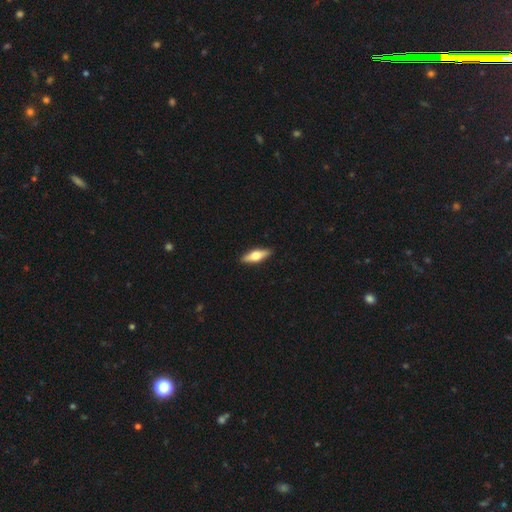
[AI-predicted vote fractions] Smooth or featured?
  - featured or disk: 48% *
  - smooth: 46%
  - star or artifact: 6%
Merging?
  - none: 91% *
  - minor disturbance: 7%
  - major disturbance: 1%
  - merger: 1%